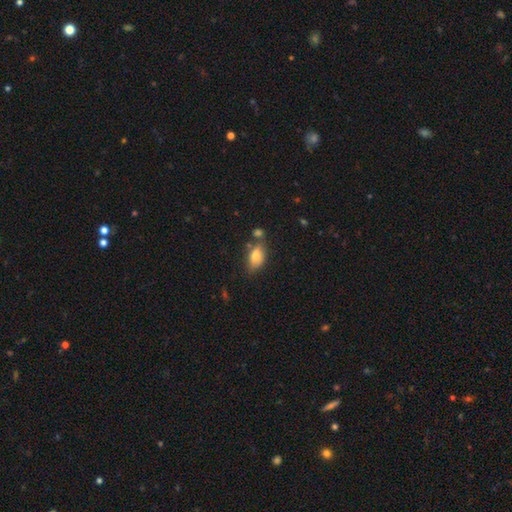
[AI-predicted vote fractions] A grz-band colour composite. It shows a smooth galaxy with no disk features (77%) that is in between round and cigar-shaped (89%). Merging: none (58%).